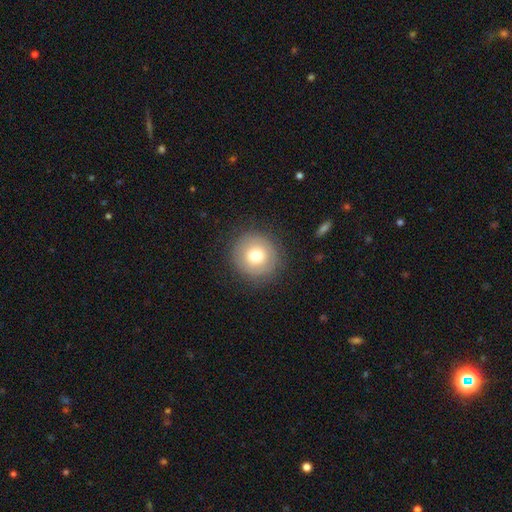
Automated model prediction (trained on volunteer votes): A smooth galaxy with no disk features (67%) that is round (93%).

Vote fractions:
- Smooth or featured? smooth: 67% / featured or disk: 24% / star or artifact: 9%
- How rounded? round: 93% / in between: 6% / cigar-shaped: 1%
- Merging? none: 85% / minor disturbance: 10% / major disturbance: 4% / merger: 1%